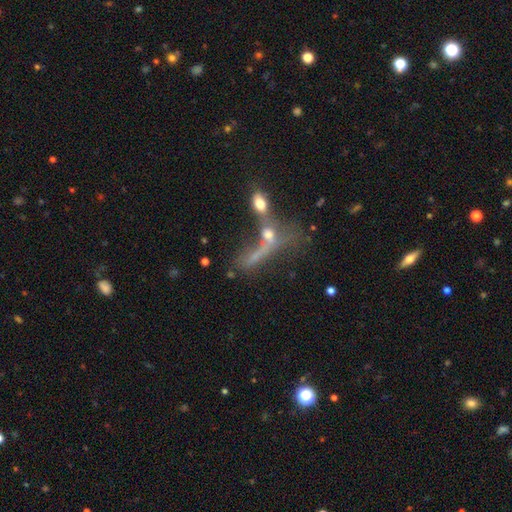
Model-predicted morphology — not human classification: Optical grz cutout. It shows a smooth galaxy with no disk features (44%). Merging: merger (56%).